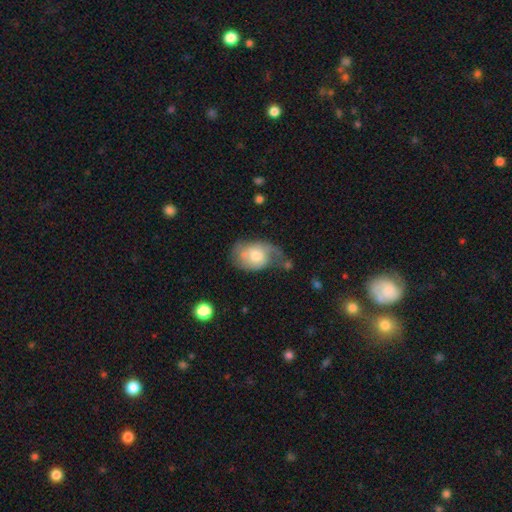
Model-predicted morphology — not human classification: Smooth or featured? Predicted: featured or disk (p=0.48). Merging? Predicted: minor disturbance (p=0.33).